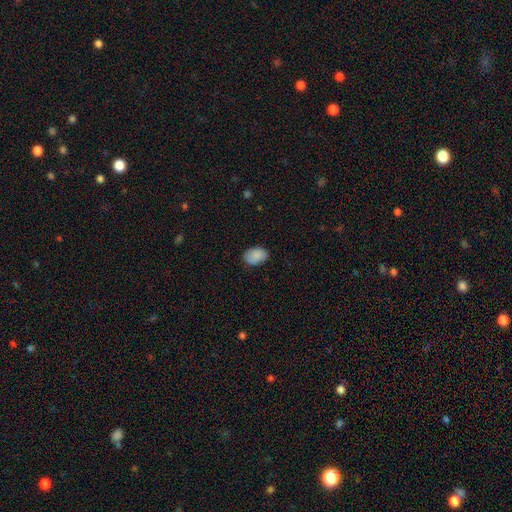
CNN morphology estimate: smooth-or-featured: smooth: 88% | star or artifact: 7% | featured or disk: 5%
  how-rounded: in between: 85% | round: 14% | cigar-shaped: 1%
  merging: none: 82% | minor disturbance: 14% | major disturbance: 3% | merger: 1%